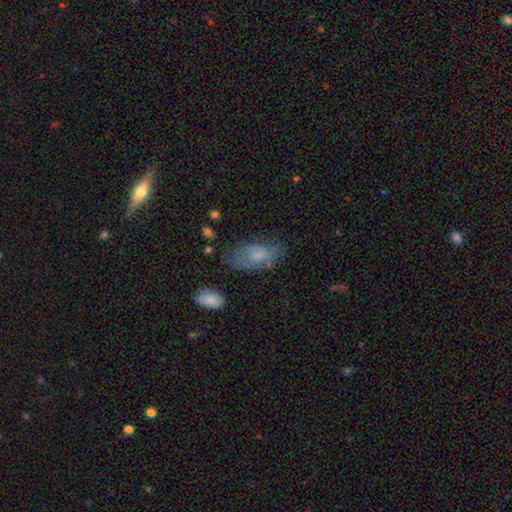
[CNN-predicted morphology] smooth_or_featured: smooth (p=0.60) [alt: featured or disk p=0.31]
how_rounded: in between (p=0.91) [alt: round p=0.05]
merging: none (p=0.56) [alt: minor disturbance p=0.28]